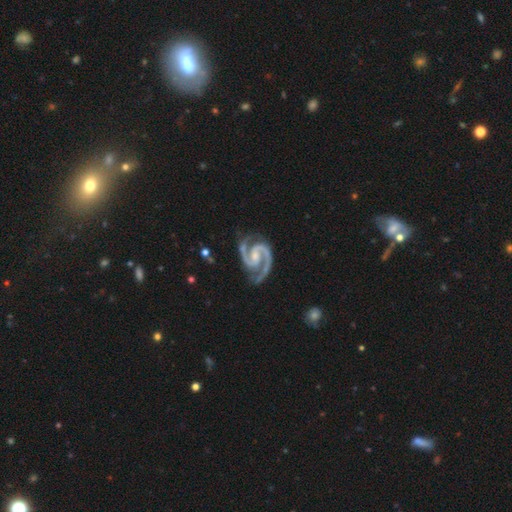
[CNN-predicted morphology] type=featured or disk (96%); edge-on=no (99%); bar=weak (42%); spiral arms=yes (99%); winding=medium (61%); arm count=2 (94%); bulge=small (48%); merging=none (74%).